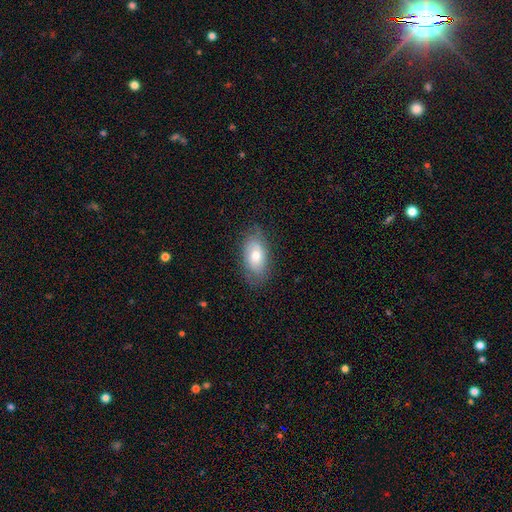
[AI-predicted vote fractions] Smooth or featured? Predicted: smooth (p=0.63). How rounded? Predicted: in between (p=0.91). Merging? Predicted: none (p=0.76).